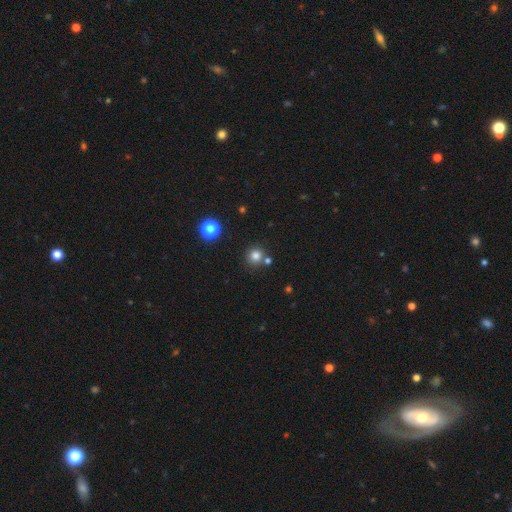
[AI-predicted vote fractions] smooth_or_featured: smooth (p=0.79) [alt: star or artifact p=0.15]
how_rounded: round (p=0.93) [alt: in between p=0.07]
merging: none (p=0.74) [alt: merger p=0.15]